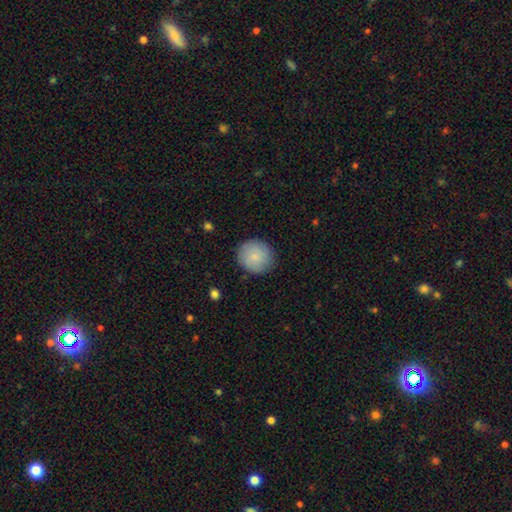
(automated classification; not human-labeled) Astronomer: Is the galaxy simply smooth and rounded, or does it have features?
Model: smooth — 84%.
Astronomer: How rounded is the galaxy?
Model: round — 90%.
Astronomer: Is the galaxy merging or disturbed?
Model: none — 87%.